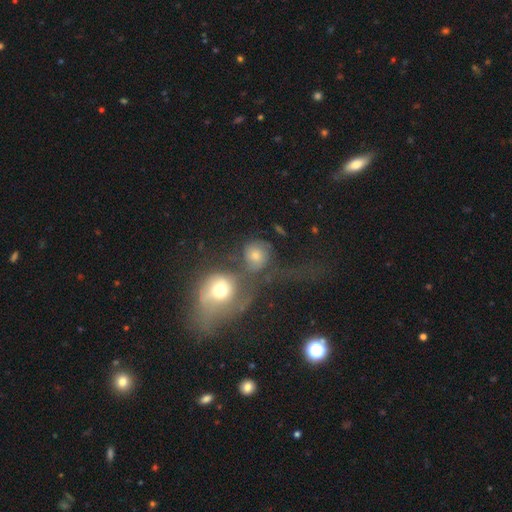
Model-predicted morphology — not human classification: Smooth or featured? Predicted: smooth (p=0.57). How rounded? Predicted: round (p=0.81). Merging? Predicted: merger (p=0.48).